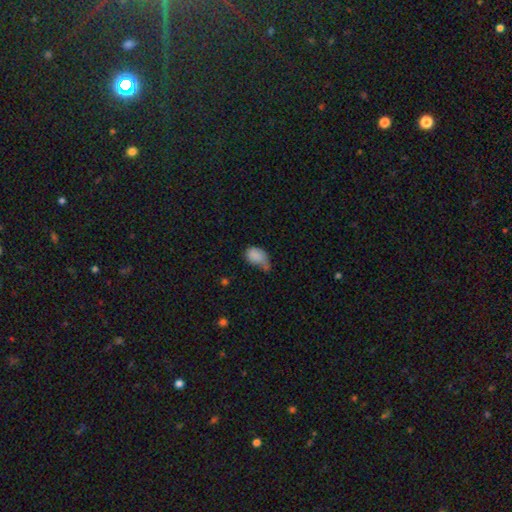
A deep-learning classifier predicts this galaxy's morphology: Q: Smooth or featured?
A: smooth (80%); runner-up: featured or disk (11%)
Q: How rounded?
A: in between (80%); runner-up: round (19%)
Q: Merging?
A: minor disturbance (35%); runner-up: major disturbance (28%)